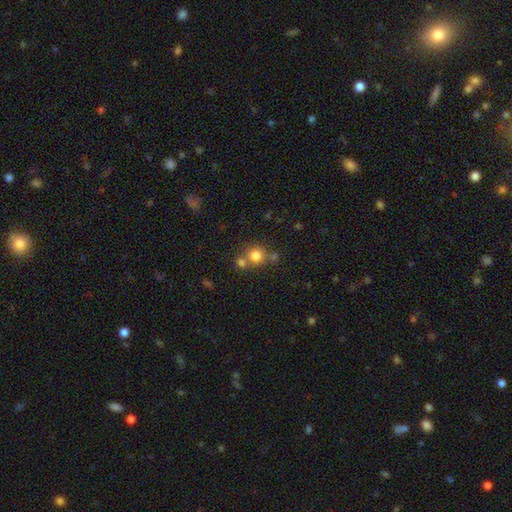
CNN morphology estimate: type=smooth (79%); roundness=round (90%); merging=none (63%).